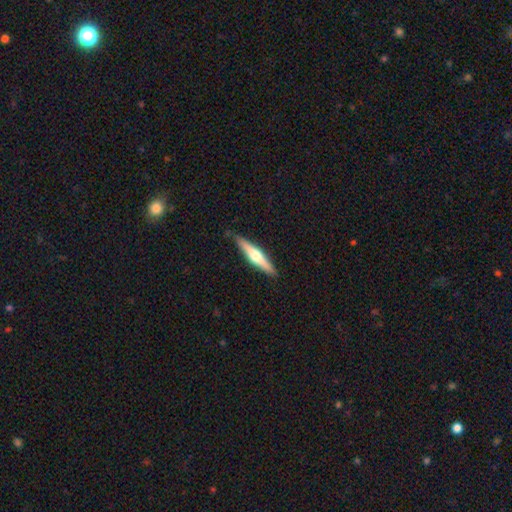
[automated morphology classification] A featured or disk galaxy (59%) viewed edge-on (97%) with a rounded central bulge (89%). Merging: none (88%).